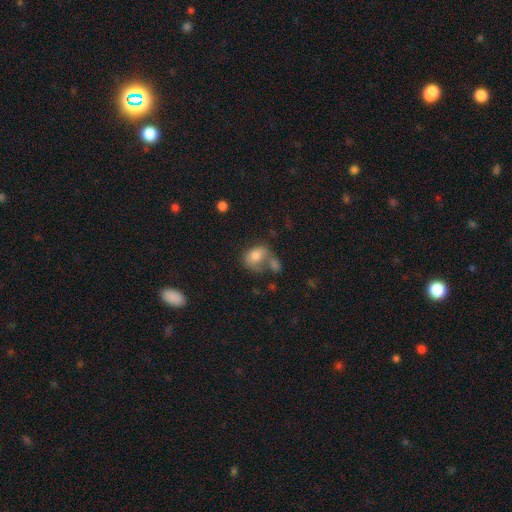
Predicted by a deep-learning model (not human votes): smooth-or-featured: smooth: 74% | featured or disk: 17% | star or artifact: 9%
  how-rounded: in between: 65% | round: 34% | cigar-shaped: 1%
  merging: merger: 41% | none: 27% | minor disturbance: 16% | major disturbance: 15%